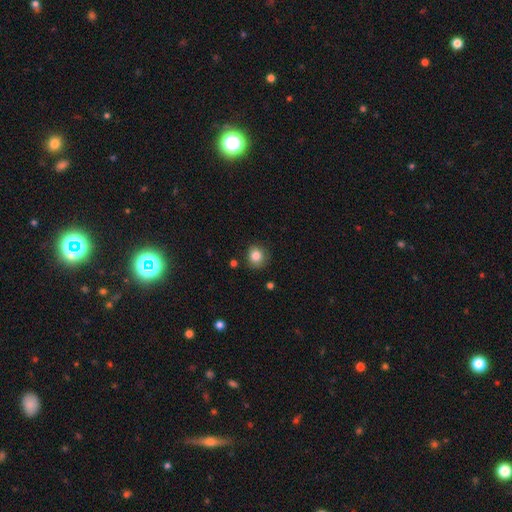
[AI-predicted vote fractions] A smooth galaxy with no disk features (85%) that is round (86%). Merging: none (82%).